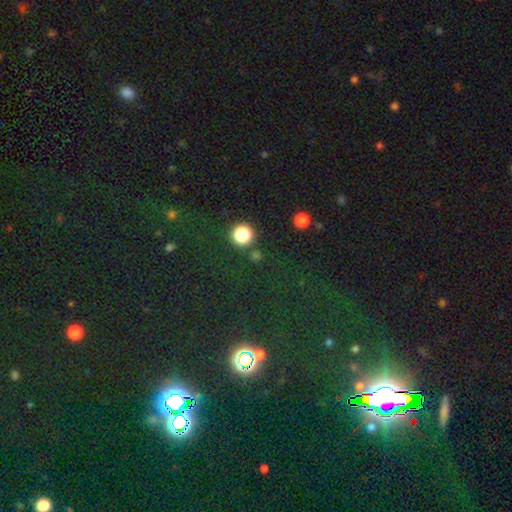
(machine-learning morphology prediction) A smooth galaxy with no disk features (59%) that is round (91%).

Vote fractions:
- Smooth or featured? smooth: 59% / star or artifact: 35% / featured or disk: 5%
- How rounded? round: 91% / in between: 8% / cigar-shaped: 1%
- Merging? none: 85% / minor disturbance: 7% / merger: 5% / major disturbance: 3%